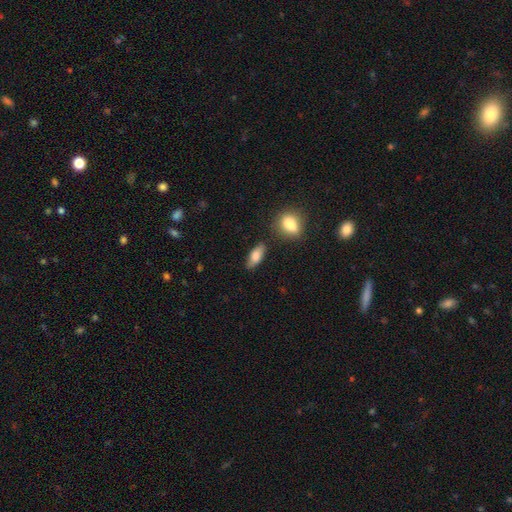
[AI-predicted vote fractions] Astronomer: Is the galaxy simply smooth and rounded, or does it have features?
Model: smooth — 76%.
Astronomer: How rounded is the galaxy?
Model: in between — 76%.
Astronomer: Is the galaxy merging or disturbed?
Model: none — 78%.